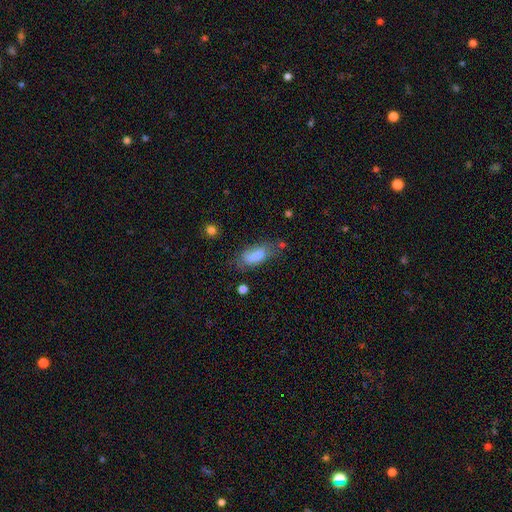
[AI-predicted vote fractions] This appears to be a smooth galaxy with no disk features (78%) that is in between round and cigar-shaped (82%). Merging: none (46%).